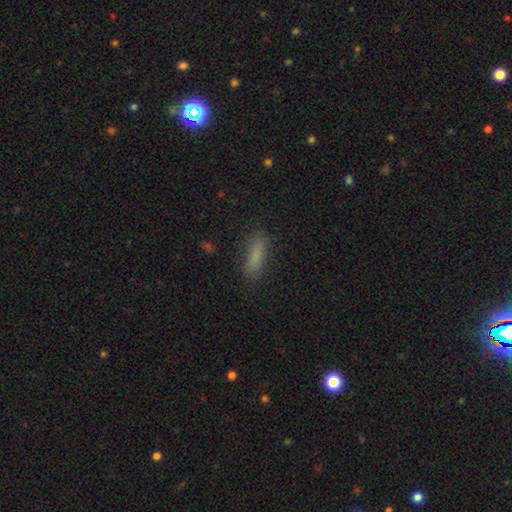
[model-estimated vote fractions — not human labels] Smooth or featured?
  - smooth: 83% *
  - star or artifact: 9%
  - featured or disk: 8%
How rounded?
  - cigar-shaped: 59% *
  - in between: 38%
  - round: 2%
Merging?
  - none: 85% *
  - minor disturbance: 10%
  - major disturbance: 3%
  - merger: 1%